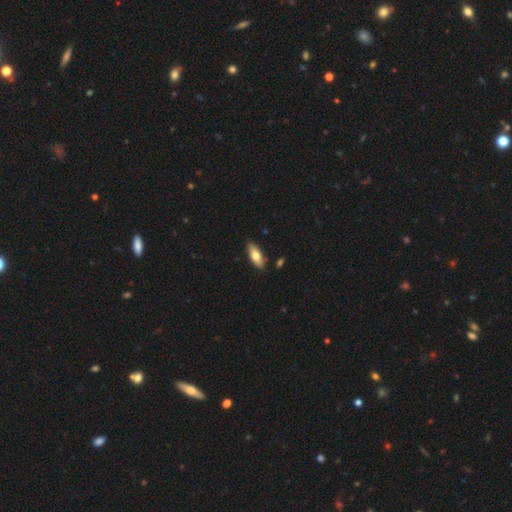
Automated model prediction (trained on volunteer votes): Smooth or featured? smooth (72%)
How rounded? in between (74%)
Merging? none (85%)